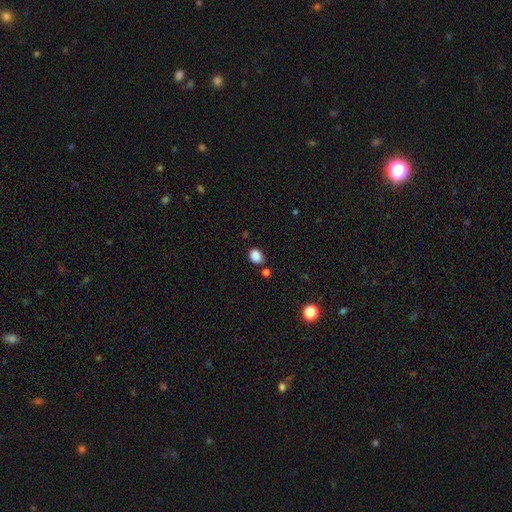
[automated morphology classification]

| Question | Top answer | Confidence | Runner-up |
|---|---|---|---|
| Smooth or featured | smooth | 86% | star or artifact (10%) |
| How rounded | in between | 57% | round (42%) |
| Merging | none | 78% | minor disturbance (12%) |